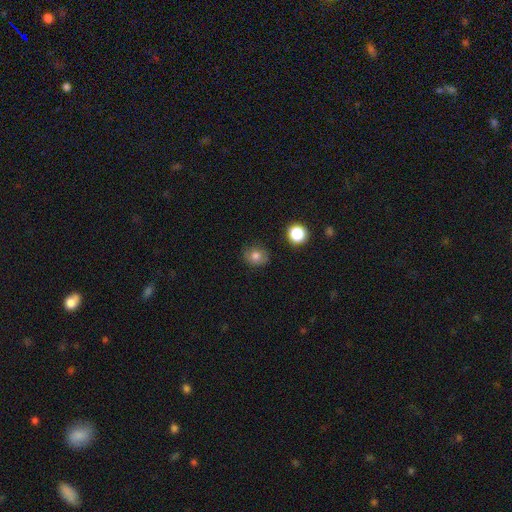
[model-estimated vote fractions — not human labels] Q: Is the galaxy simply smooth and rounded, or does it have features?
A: smooth — 78%.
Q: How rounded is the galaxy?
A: round — 71%.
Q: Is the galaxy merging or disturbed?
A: none — 80%.